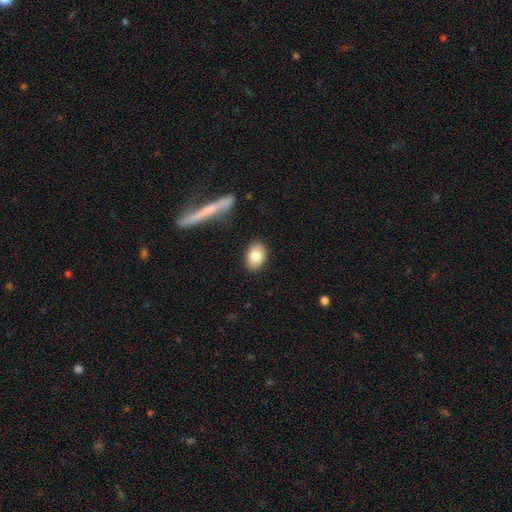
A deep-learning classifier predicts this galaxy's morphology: This is clearly a smooth galaxy (80%). How rounded: likely in between (79%). Merging: clearly none (89%).